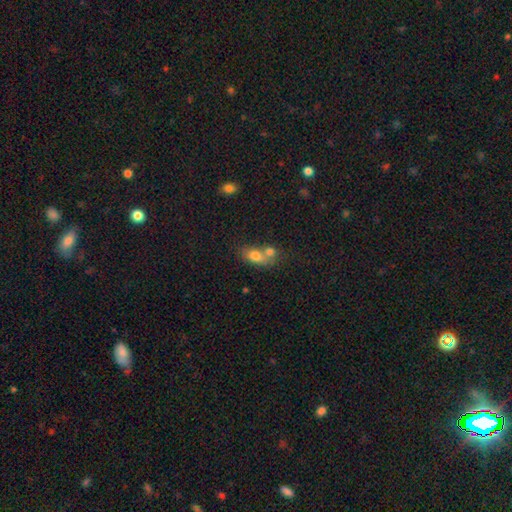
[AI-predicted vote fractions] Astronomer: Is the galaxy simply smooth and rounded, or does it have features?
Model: smooth — 74%.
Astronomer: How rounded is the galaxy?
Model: in between — 73%.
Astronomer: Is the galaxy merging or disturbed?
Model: merger — 58%.